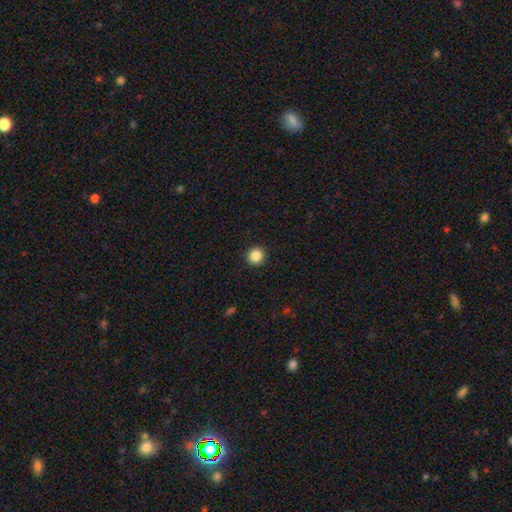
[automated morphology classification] Overall: smooth (87%). How rounded: round (95%). Merging: none (93%).